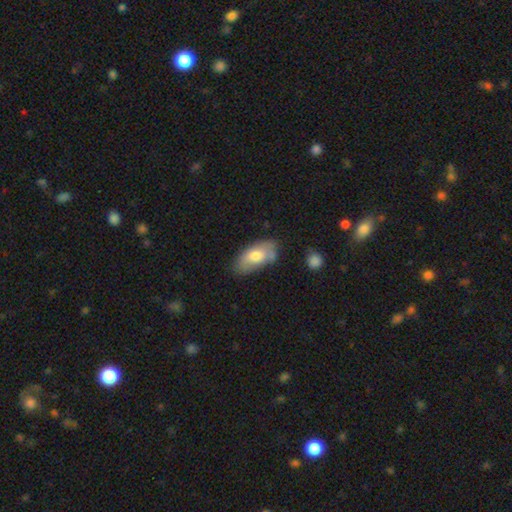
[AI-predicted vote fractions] A smooth galaxy with no disk features (71%) that is in between round and cigar-shaped (91%). Merging: none (62%).